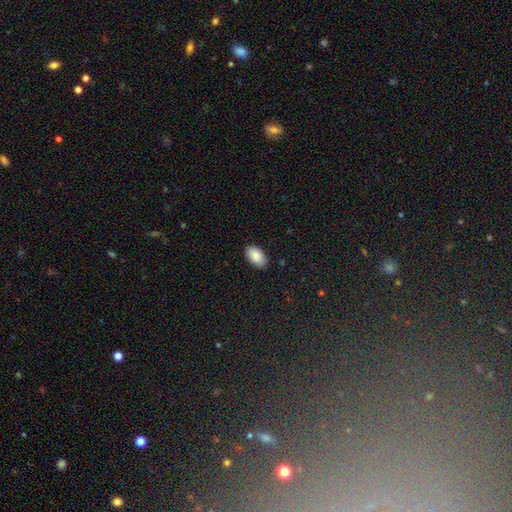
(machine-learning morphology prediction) Overall: smooth (90%). How rounded: in between (95%). Merging: none (87%).